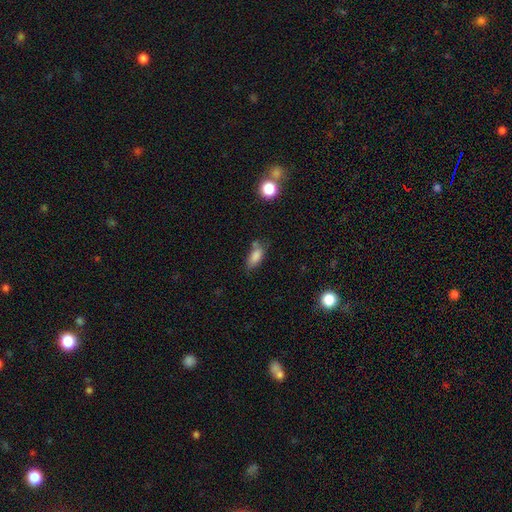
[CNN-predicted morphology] A smooth galaxy with no disk features (82%) that is in between round and cigar-shaped (84%).

Vote fractions:
- Smooth or featured? smooth: 82% / star or artifact: 9% / featured or disk: 8%
- How rounded? in between: 84% / cigar-shaped: 12% / round: 4%
- Merging? none: 51% / minor disturbance: 27% / merger: 13% / major disturbance: 9%